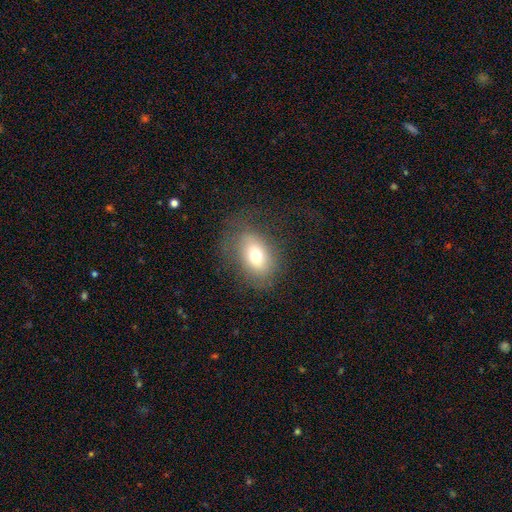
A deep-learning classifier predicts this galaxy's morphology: smooth-or-featured: smooth: 71% | featured or disk: 17% | star or artifact: 12%
  how-rounded: in between: 75% | round: 24% | cigar-shaped: 2%
  merging: none: 69% | minor disturbance: 18% | major disturbance: 12% | merger: 1%